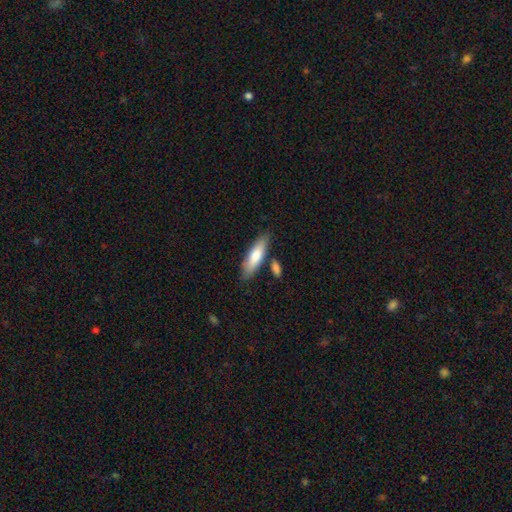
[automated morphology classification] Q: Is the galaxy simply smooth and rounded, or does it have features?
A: smooth — 74%.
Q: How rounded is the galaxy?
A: cigar-shaped — 53%.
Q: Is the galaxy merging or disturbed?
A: none — 75%.